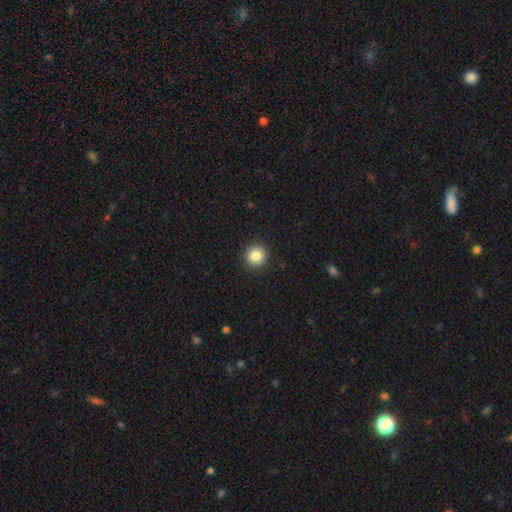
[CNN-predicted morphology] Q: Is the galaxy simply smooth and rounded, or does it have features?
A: smooth — 87%.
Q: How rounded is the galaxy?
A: round — 93%.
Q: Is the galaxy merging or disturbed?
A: none — 92%.